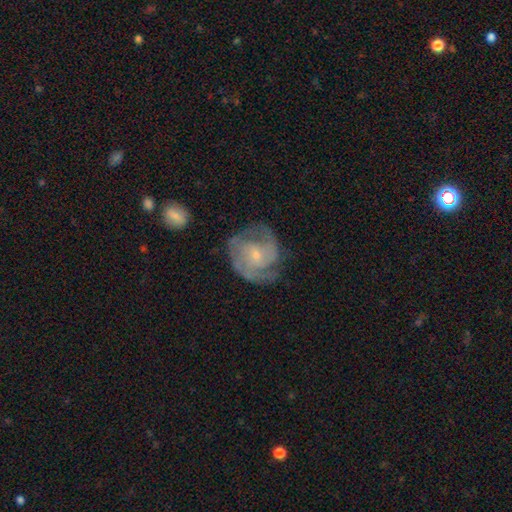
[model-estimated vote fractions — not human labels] A featured or disk galaxy (82%) with no bar (61%), 2 (45%) tight (45%) spiral arms (94%) and a small central bulge (75%).

Vote fractions:
- Smooth or featured? featured or disk: 82% / smooth: 13% / star or artifact: 6%
- Edge-on disk? no: 98% / yes: 2%
- Bar? no: 61% / weak: 32% / strong: 7%
- Spiral arms? yes: 94% / no: 6%
- Spiral winding? tight: 45% / medium: 43% / loose: 12%
- Spiral arm count? 2: 45% / 3: 21% / can't tell: 19% / 1: 5% / 4: 5% / more than 4: 4%
- Bulge size? small: 75% / moderate: 20% / none: 3% / large: 1% / dominant: 1%
- Merging? none: 65% / minor disturbance: 20% / major disturbance: 13% / merger: 2%